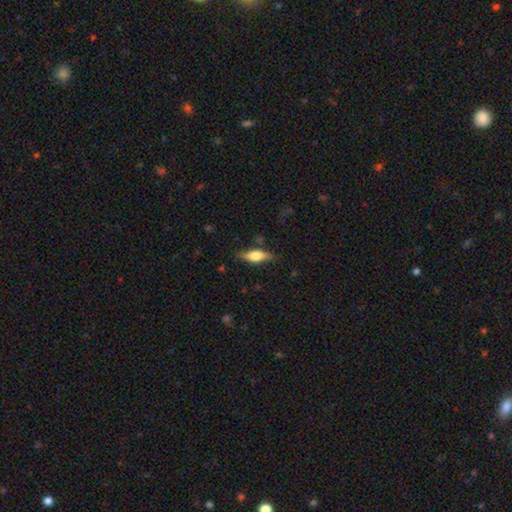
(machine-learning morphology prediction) smooth 59%, featured or disk 35%, star or artifact 6%. Down the decision tree: how rounded — in between (60%); merging — none (79%).